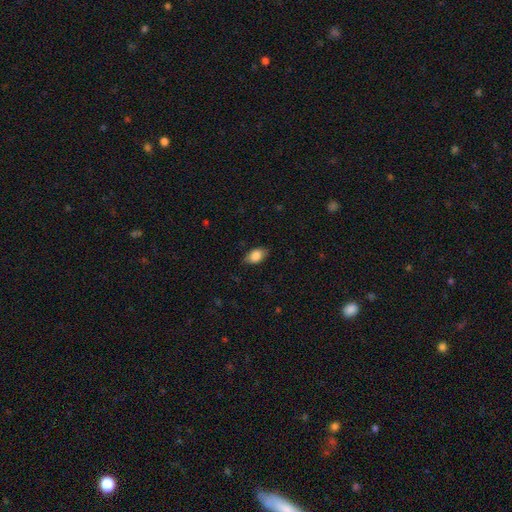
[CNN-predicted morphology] Q: Smooth or featured?
A: smooth (84%); runner-up: featured or disk (9%)
Q: How rounded?
A: in between (91%); runner-up: round (6%)
Q: Merging?
A: none (81%); runner-up: minor disturbance (15%)